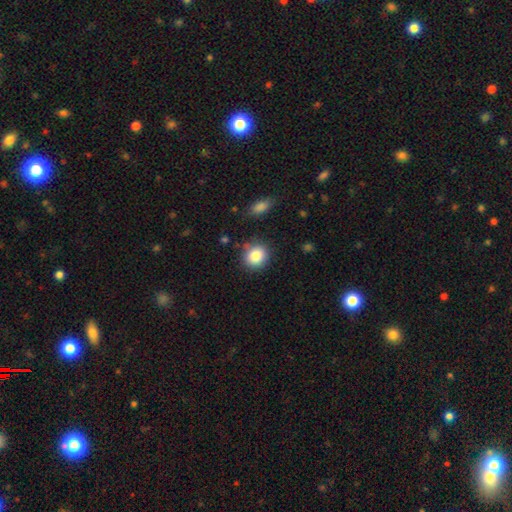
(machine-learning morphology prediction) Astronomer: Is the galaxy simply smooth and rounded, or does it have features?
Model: smooth — 84%.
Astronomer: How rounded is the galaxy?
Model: round — 80%.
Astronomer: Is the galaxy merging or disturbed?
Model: none — 83%.